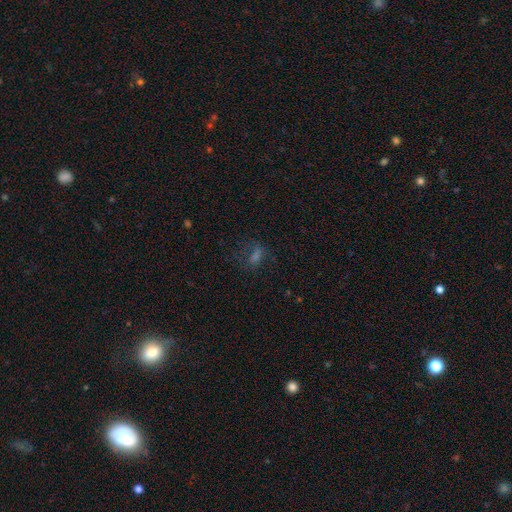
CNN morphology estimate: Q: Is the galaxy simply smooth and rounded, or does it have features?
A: smooth — 44%.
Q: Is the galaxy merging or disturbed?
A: none — 60%.